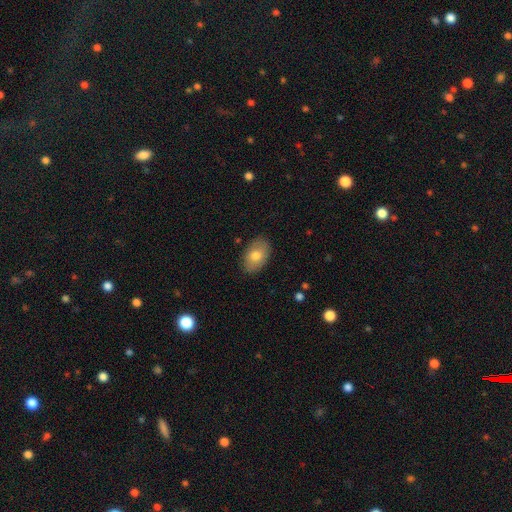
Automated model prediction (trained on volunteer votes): This is likely a smooth galaxy (77%). How rounded: clearly in between (90%). Merging: clearly none (86%).